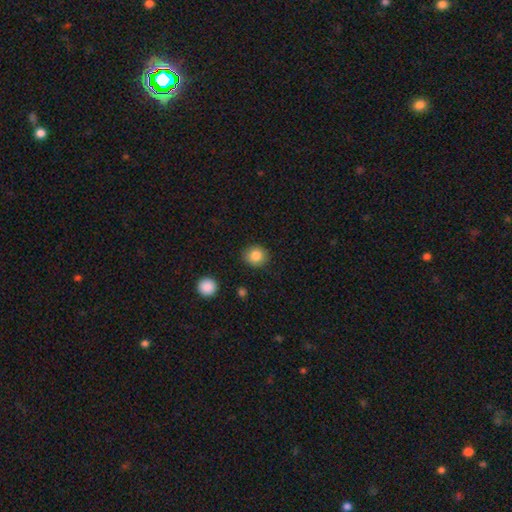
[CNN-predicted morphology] A smooth galaxy with no disk features (85%) that is round (83%). Merging: none (87%).